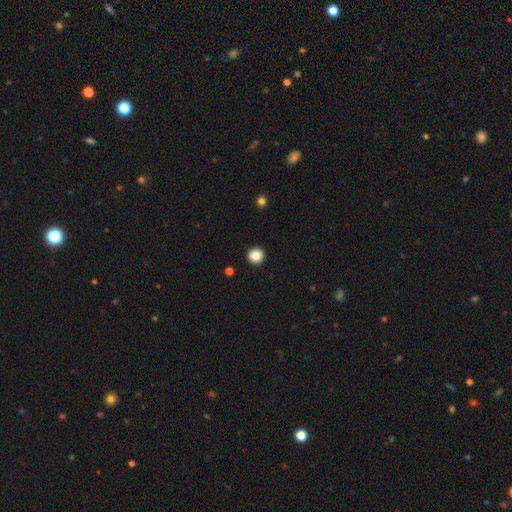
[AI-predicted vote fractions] A smooth galaxy with no disk features (86%) that is round (94%). Merging: none (93%).